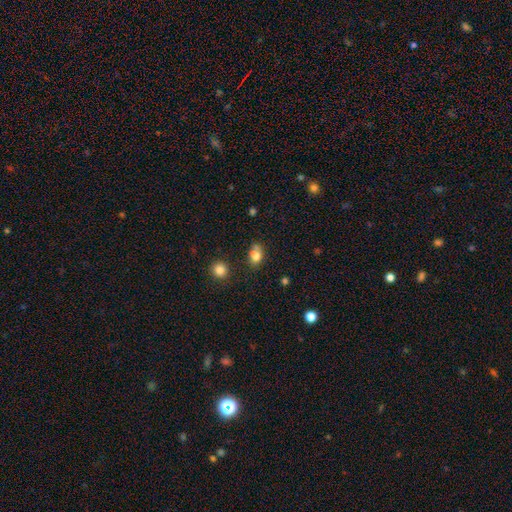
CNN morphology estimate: This appears to be a smooth galaxy with no disk features (76%) that is in between round and cigar-shaped (67%). Merging: none (49%).